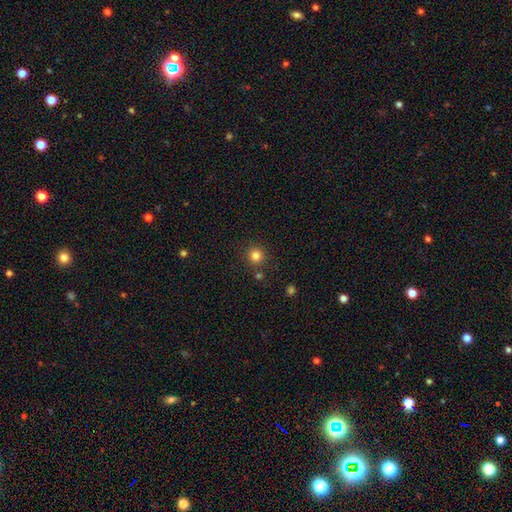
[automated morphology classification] A smooth galaxy with no disk features (81%) that is round (93%). Merging: none (84%).